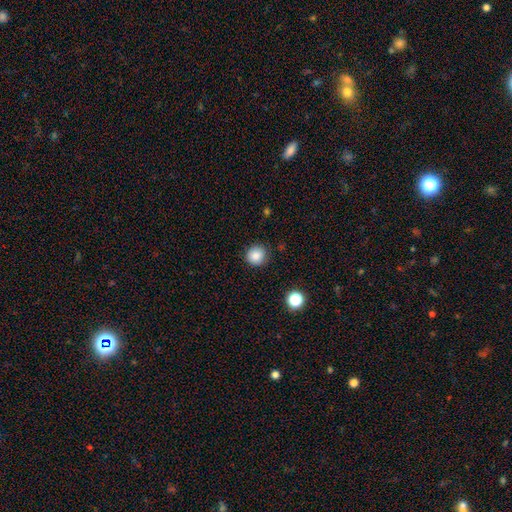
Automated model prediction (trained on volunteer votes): This is clearly a smooth galaxy (85%). How rounded: clearly round (89%). Merging: clearly none (87%).